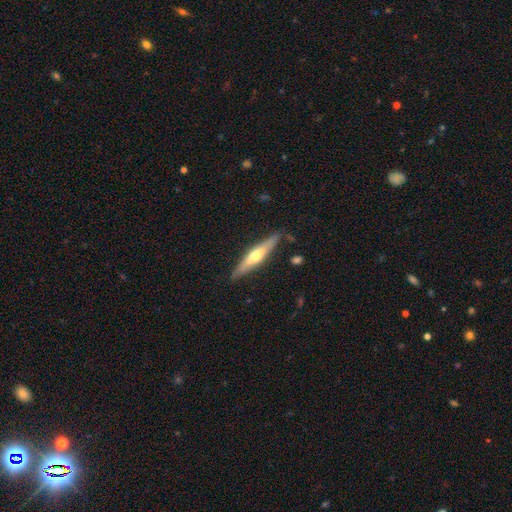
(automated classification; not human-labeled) Smooth or featured? Predicted: featured or disk (p=0.55). Edge-on disk? Predicted: yes (p=0.92). Edge-on bulge? Predicted: rounded (p=0.85). Merging? Predicted: none (p=0.85).